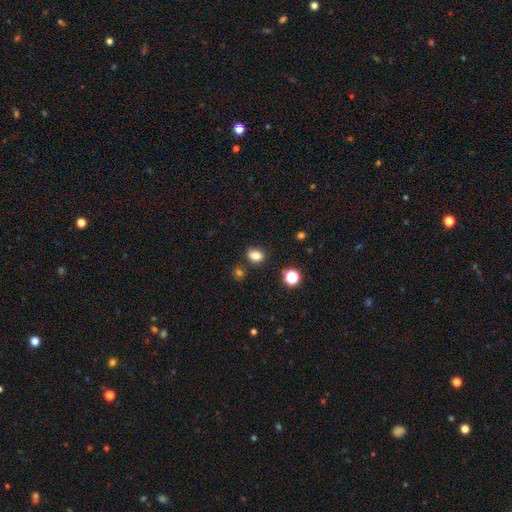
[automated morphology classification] Q: Smooth or featured?
A: smooth (80%); runner-up: star or artifact (14%)
Q: How rounded?
A: in between (58%); runner-up: round (41%)
Q: Merging?
A: none (80%); runner-up: minor disturbance (11%)